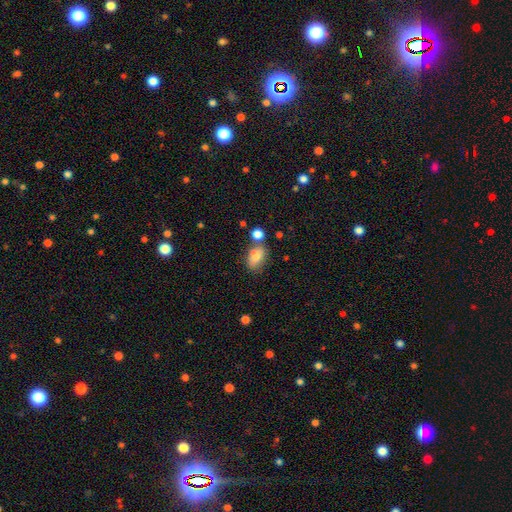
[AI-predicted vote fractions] A smooth galaxy with no disk features (77%) that is in between round and cigar-shaped (80%).

Vote fractions:
- Smooth or featured? smooth: 77% / featured or disk: 13% / star or artifact: 10%
- How rounded? in between: 80% / round: 18% / cigar-shaped: 2%
- Merging? none: 49% / merger: 24% / minor disturbance: 20% / major disturbance: 8%